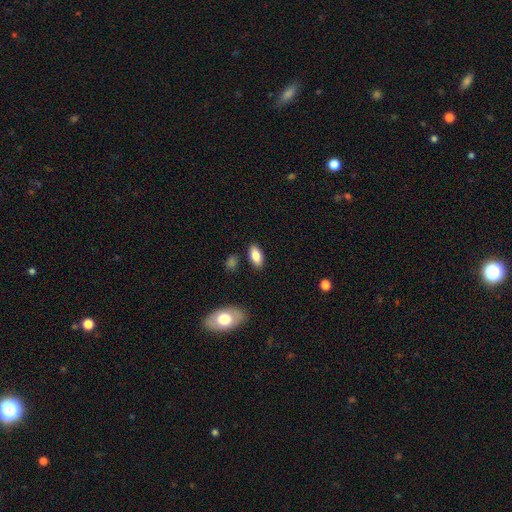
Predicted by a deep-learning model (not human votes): Smooth or featured?
  - smooth: 82% *
  - featured or disk: 11%
  - star or artifact: 7%
How rounded?
  - in between: 89% *
  - cigar-shaped: 8%
  - round: 3%
Merging?
  - none: 86% *
  - minor disturbance: 10%
  - merger: 3%
  - major disturbance: 2%